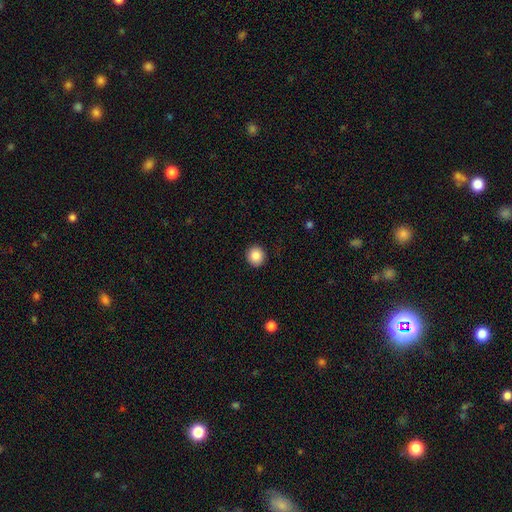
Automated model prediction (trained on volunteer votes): Morphology: type=smooth (86%); roundness=round (87%); merging=none (92%).